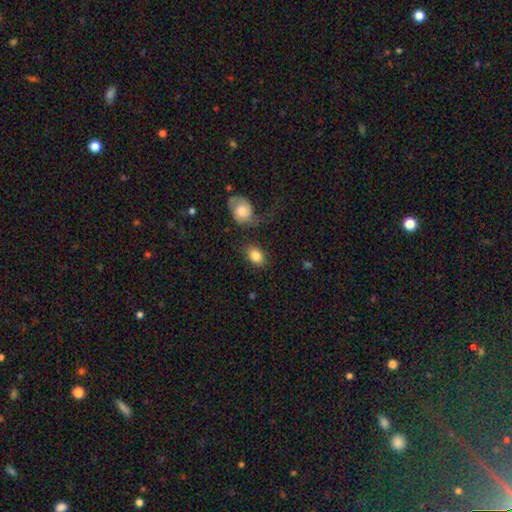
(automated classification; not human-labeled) Overall: smooth (84%). How rounded: in between (78%). Merging: none (73%).